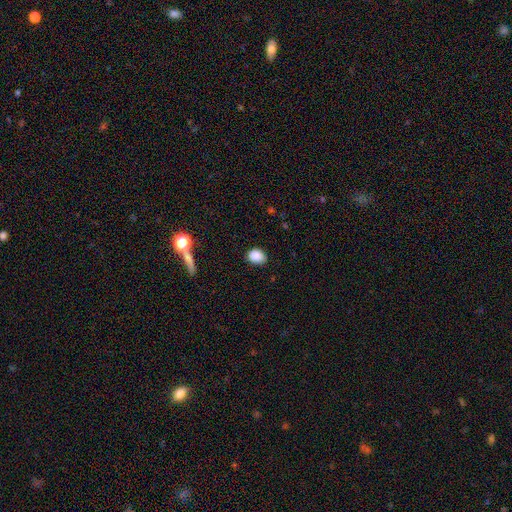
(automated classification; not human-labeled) Smooth or featured? Predicted: smooth (p=0.87). How rounded? Predicted: in between (p=0.61). Merging? Predicted: none (p=0.79).